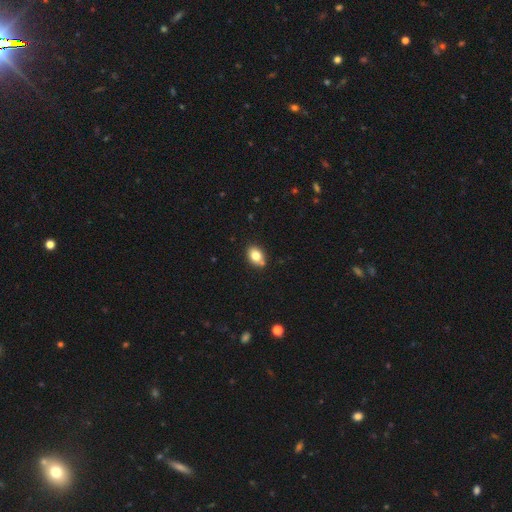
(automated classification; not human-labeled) This appears to be a smooth galaxy with no disk features (81%) that is in between round and cigar-shaped (78%). Merging: none (77%).